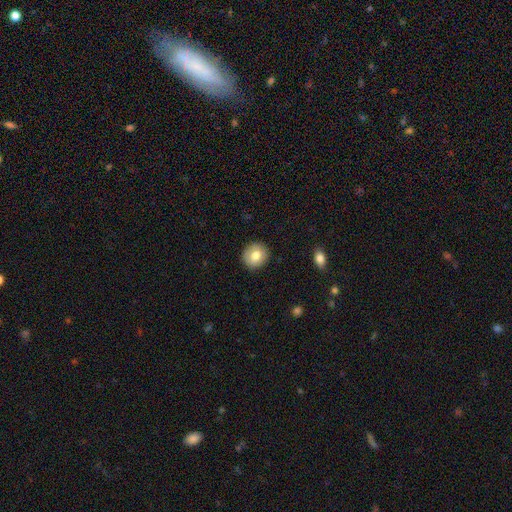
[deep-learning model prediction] This appears to be a smooth galaxy with no disk features (78%) that is round (90%). Merging: none (90%).